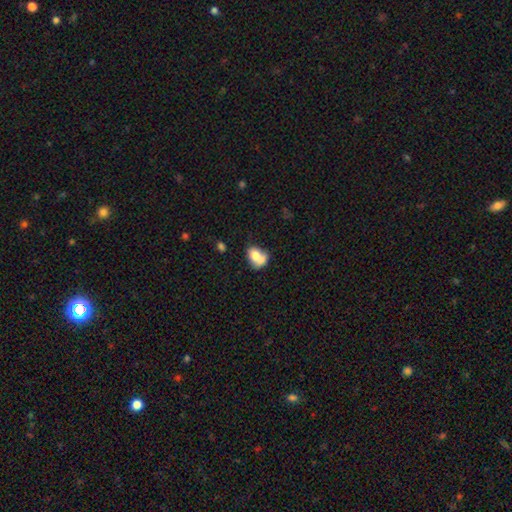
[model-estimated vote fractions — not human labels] Smooth or featured? smooth (73%)
How rounded? in between (63%)
Merging? merger (49%)